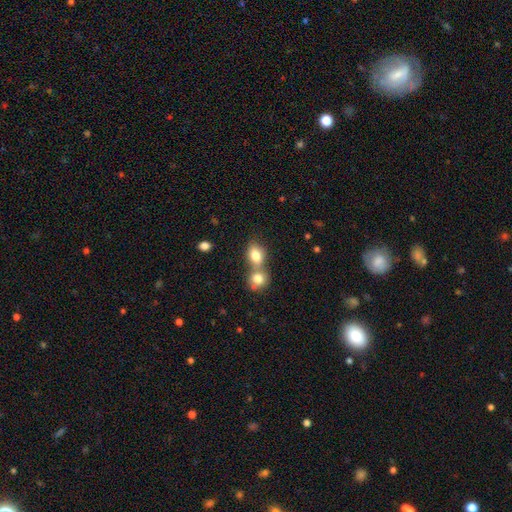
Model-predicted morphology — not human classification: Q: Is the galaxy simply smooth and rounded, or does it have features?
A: smooth — 81%.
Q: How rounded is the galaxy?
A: in between — 61%.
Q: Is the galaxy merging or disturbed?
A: merger — 57%.